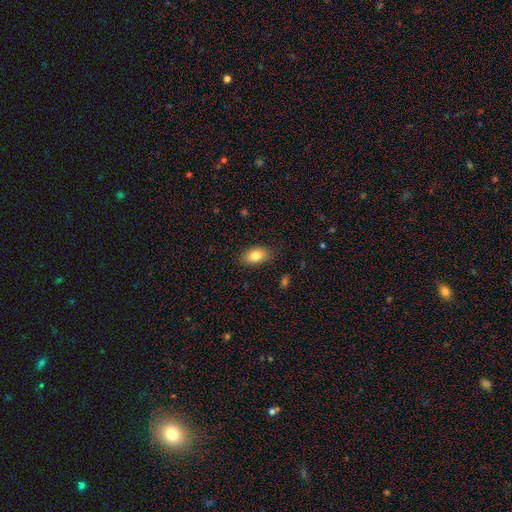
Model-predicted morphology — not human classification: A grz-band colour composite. It shows a smooth galaxy with no disk features (83%) that is in between round and cigar-shaped (91%). Merging: none (86%).